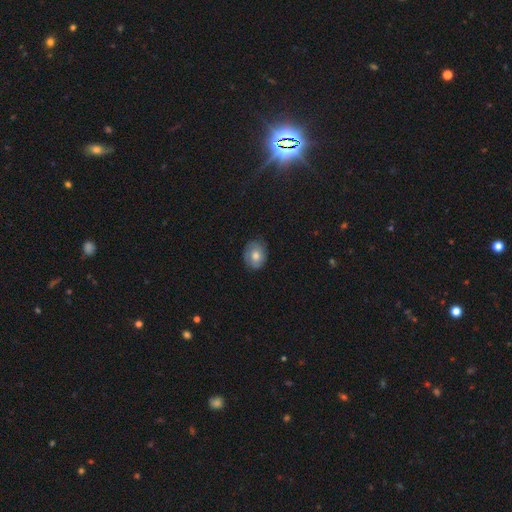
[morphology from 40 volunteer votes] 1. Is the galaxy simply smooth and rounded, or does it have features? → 60% smooth, 30% featured or disk, 10% star or artifact.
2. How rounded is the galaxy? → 58% round, 38% in between, 4% cigar-shaped.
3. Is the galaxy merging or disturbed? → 69% none, 22% minor disturbance, 6% major disturbance, 3% merger.